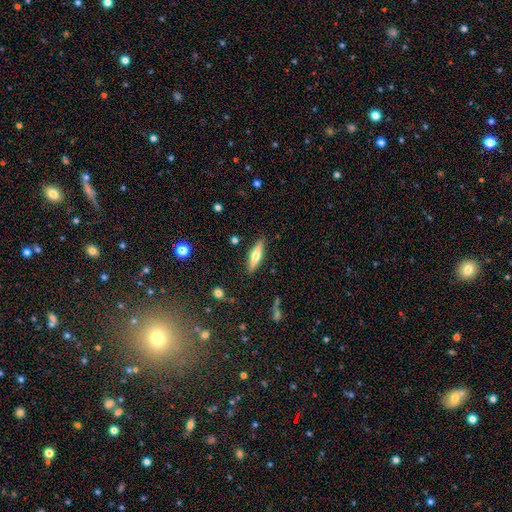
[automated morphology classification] smooth-or-featured: featured or disk: 50% | smooth: 43% | star or artifact: 7%
  disk-edge-on: yes: 94% | no: 6%
  merging: none: 87% | minor disturbance: 9% | major disturbance: 2% | merger: 2%